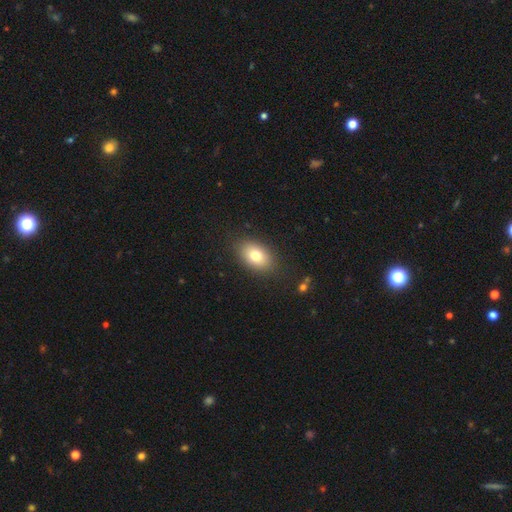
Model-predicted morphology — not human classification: Overall: smooth (78%). How rounded: in between (86%). Merging: none (86%).